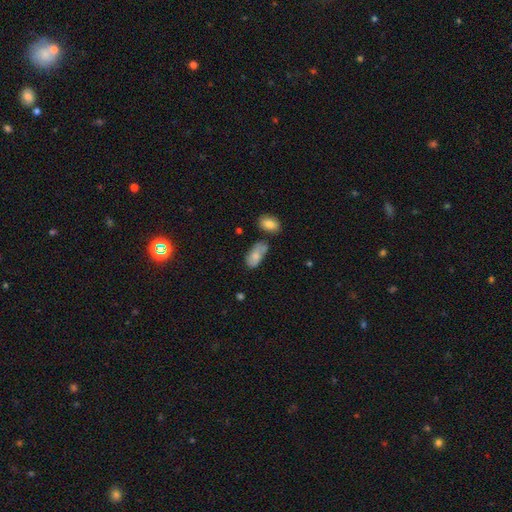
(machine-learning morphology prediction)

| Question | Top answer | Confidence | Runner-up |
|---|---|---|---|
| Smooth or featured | smooth | 75% | featured or disk (17%) |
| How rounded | in between | 93% | round (4%) |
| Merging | none | 43% | minor disturbance (27%) |